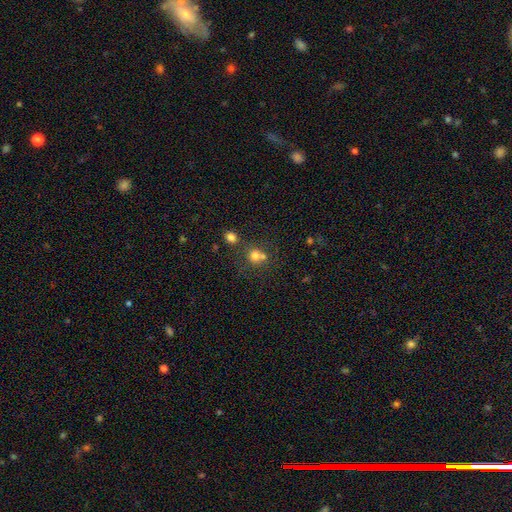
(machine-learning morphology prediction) The model was most divided on "merging": none: 46%, merger: 42%, minor disturbance: 8%, major disturbance: 4%. More confident: how rounded — round (81%); smooth or featured — smooth (72%).